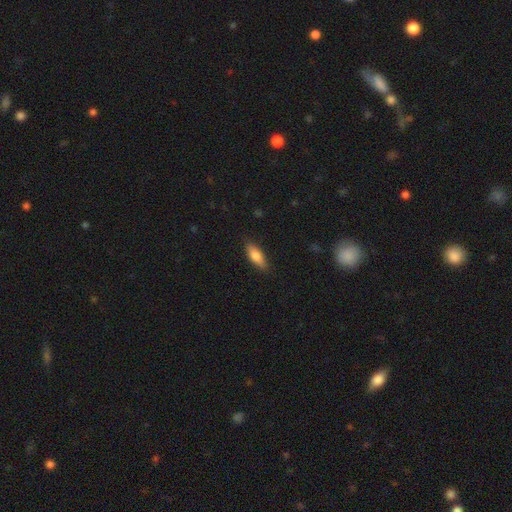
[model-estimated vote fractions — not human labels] Smooth or featured? Predicted: smooth (p=0.80). How rounded? Predicted: in between (p=0.68). Merging? Predicted: none (p=0.86).